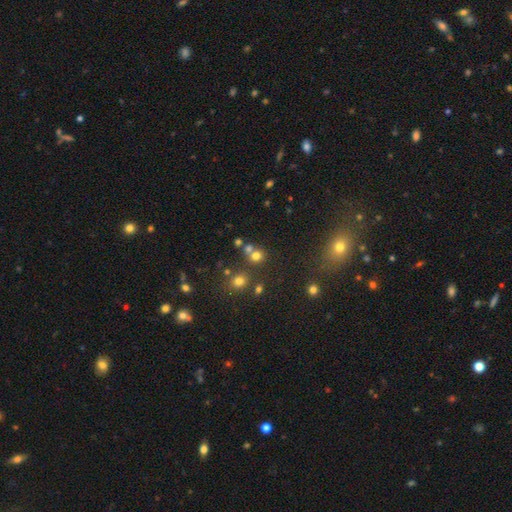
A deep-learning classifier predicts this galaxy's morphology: smooth_or_featured: smooth (p=0.70) [alt: star or artifact p=0.21]
how_rounded: round (p=0.85) [alt: in between p=0.14]
merging: none (p=0.62) [alt: merger p=0.25]